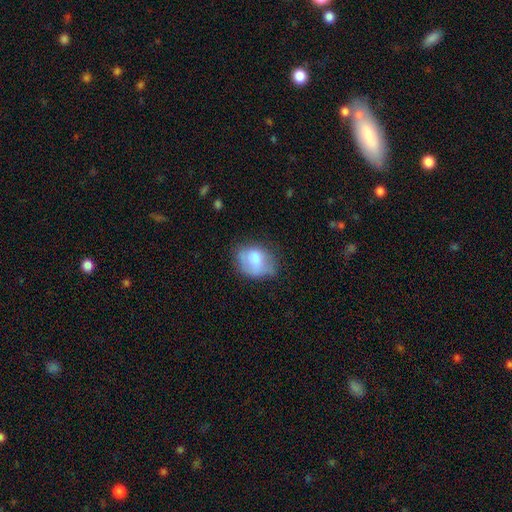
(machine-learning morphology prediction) Smooth or featured? smooth (72%)
How rounded? in between (59%)
Merging? none (44%)